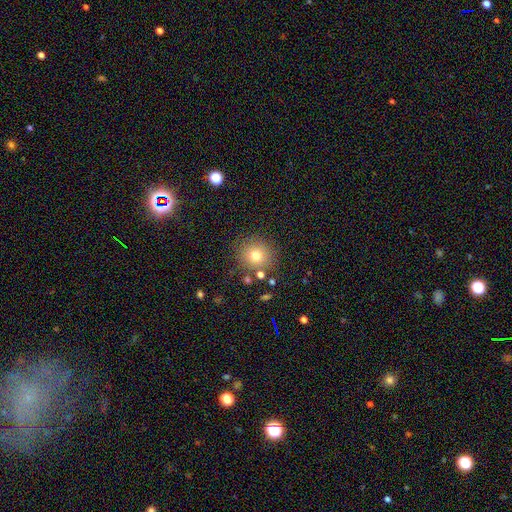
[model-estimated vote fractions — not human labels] smooth 74%, star or artifact 15%, featured or disk 11%. Down the decision tree: how rounded — round (91%); merging — none (82%).